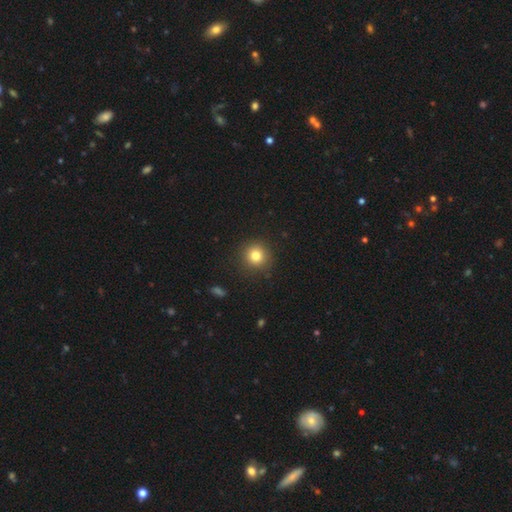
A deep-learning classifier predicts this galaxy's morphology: The model was most divided on "smooth or featured": smooth: 81%, star or artifact: 12%, featured or disk: 7%. More confident: how rounded — round (93%); merging — none (90%).